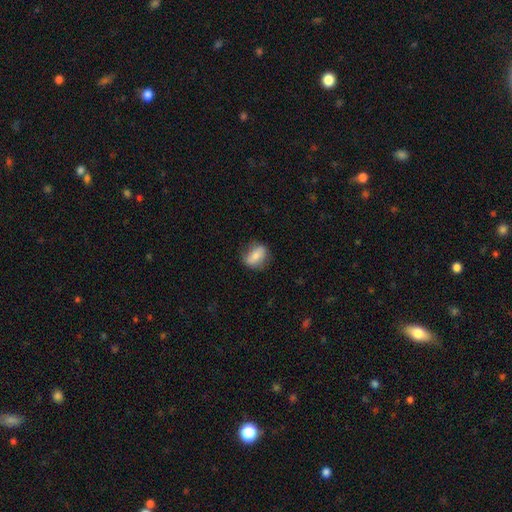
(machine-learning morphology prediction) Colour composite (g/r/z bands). It shows a smooth galaxy with no disk features (68%) that is in between round and cigar-shaped (69%). Merging: none (72%).